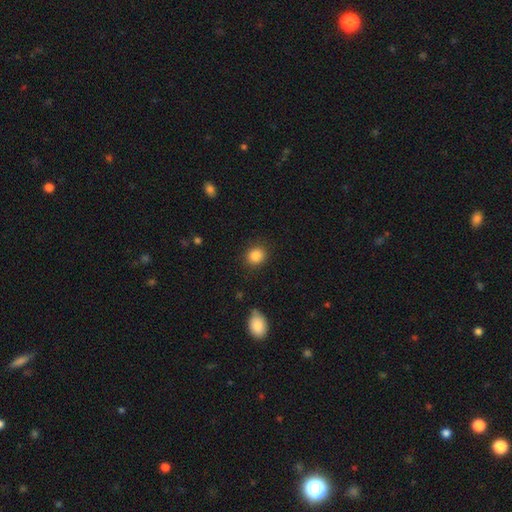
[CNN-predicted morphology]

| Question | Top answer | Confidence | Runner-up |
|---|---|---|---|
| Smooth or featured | smooth | 86% | star or artifact (9%) |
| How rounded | round | 78% | in between (21%) |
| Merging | none | 87% | minor disturbance (9%) |